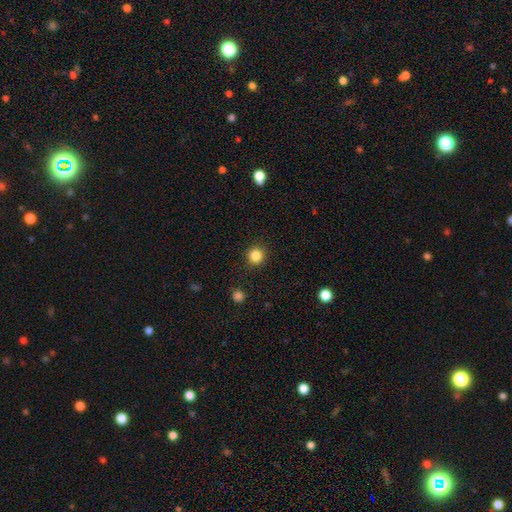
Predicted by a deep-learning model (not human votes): Smooth or featured: smooth — 84% (star or artifact — 12%)
How rounded: round — 94% (in between — 5%)
Merging: none — 91% (minor disturbance — 6%)